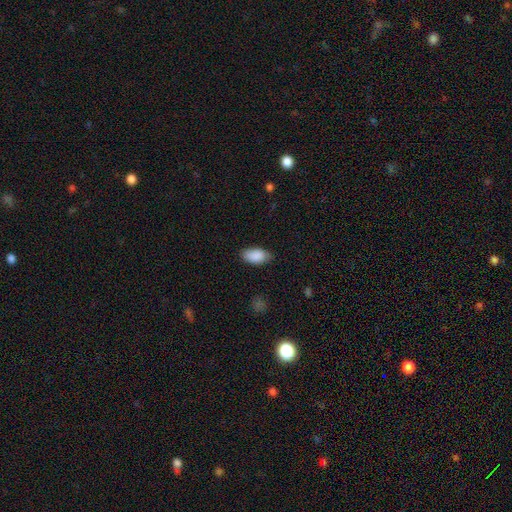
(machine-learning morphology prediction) Smooth or featured?
  - smooth: 89% *
  - star or artifact: 7%
  - featured or disk: 4%
How rounded?
  - in between: 94% *
  - round: 3%
  - cigar-shaped: 3%
Merging?
  - none: 79% *
  - minor disturbance: 16%
  - major disturbance: 3%
  - merger: 1%